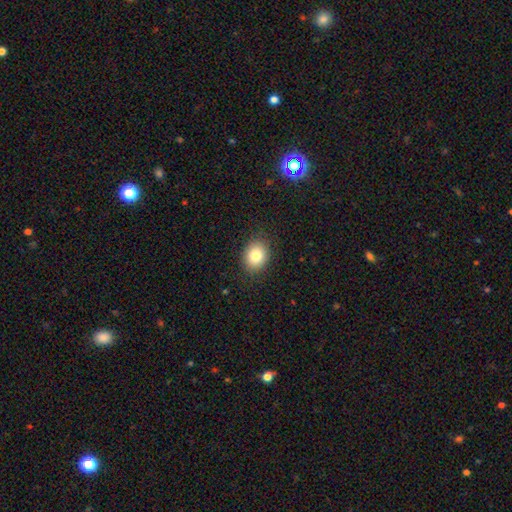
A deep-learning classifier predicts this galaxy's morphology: A smooth galaxy with no disk features (82%) that is round (53%). Merging: none (88%).